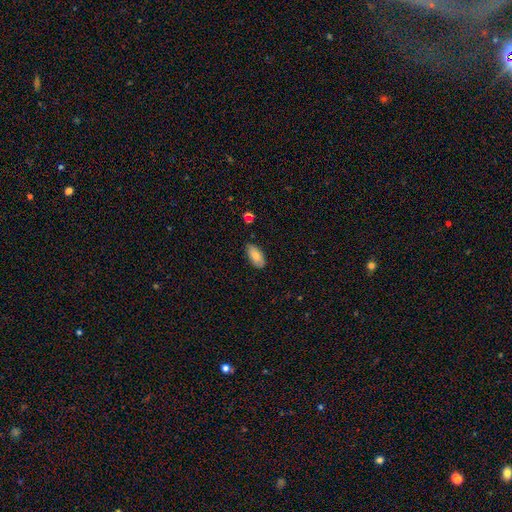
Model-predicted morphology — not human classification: This is clearly a smooth galaxy (81%). How rounded: clearly in between (91%). Merging: clearly none (83%).